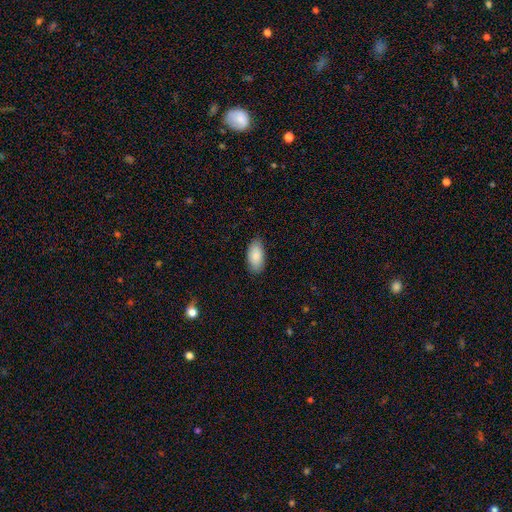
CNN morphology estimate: This appears to be a smooth galaxy with no disk features (88%) that is in between round and cigar-shaped (93%). Merging: none (85%).